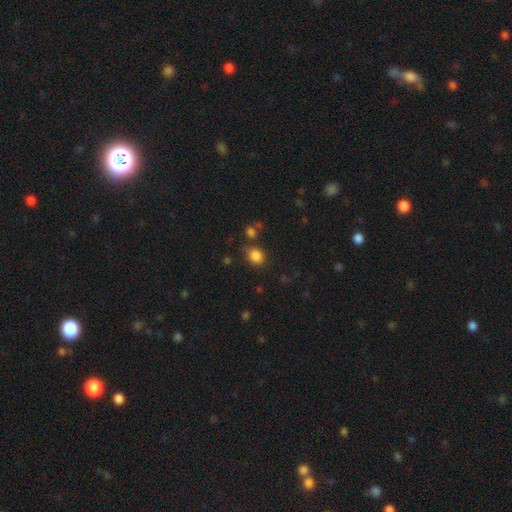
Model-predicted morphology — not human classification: This appears to be a smooth galaxy with no disk features (84%) that is round (63%). Merging: none (74%).